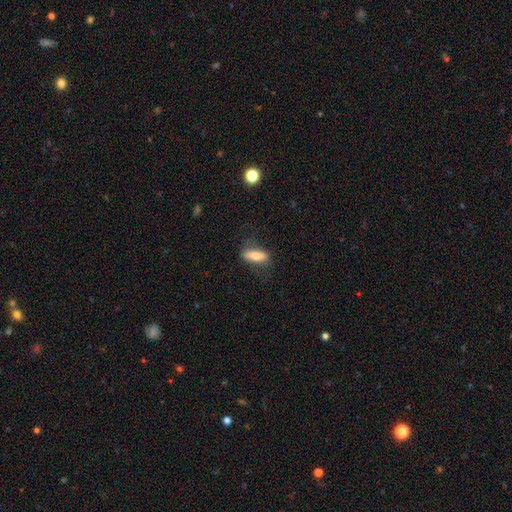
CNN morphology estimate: Smooth or featured?
  - smooth: 68% *
  - featured or disk: 25%
  - star or artifact: 7%
How rounded?
  - in between: 51% *
  - cigar-shaped: 46%
  - round: 3%
Merging?
  - none: 73% *
  - minor disturbance: 18%
  - major disturbance: 8%
  - merger: 1%